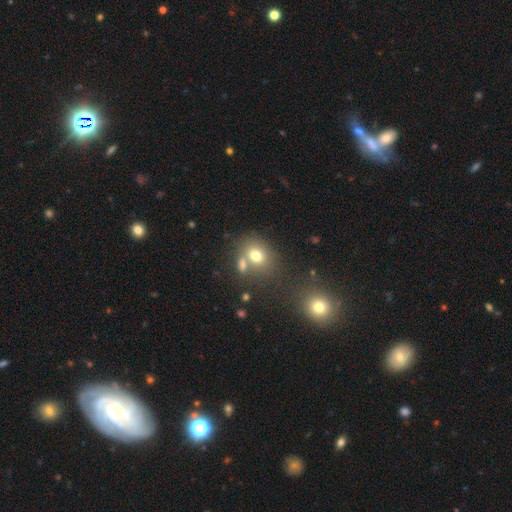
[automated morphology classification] Smooth or featured? Predicted: smooth (p=0.73). How rounded? Predicted: in between (p=0.53). Merging? Predicted: none (p=0.51).